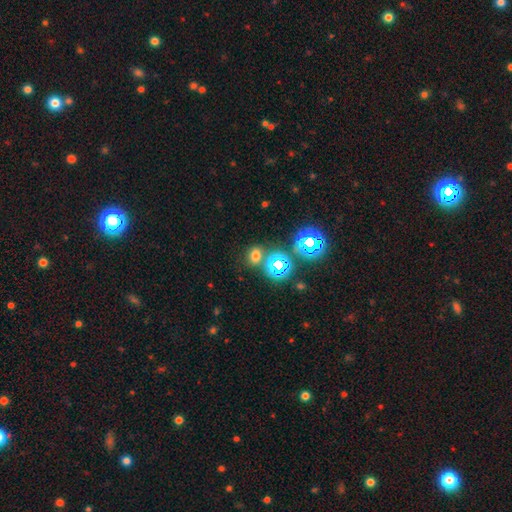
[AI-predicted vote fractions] smooth 60%, star or artifact 33%, featured or disk 7%. Down the decision tree: how rounded — round (53%); merging — none (75%).